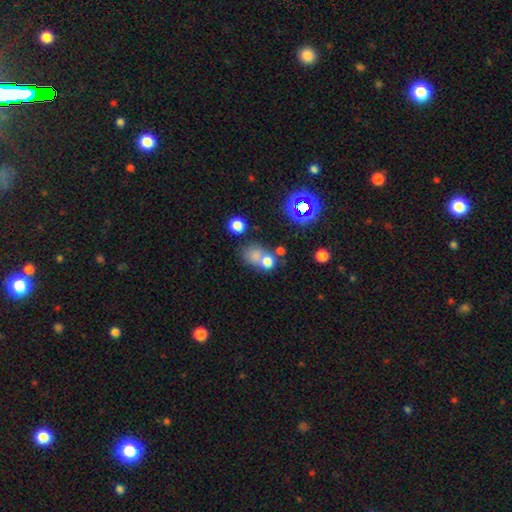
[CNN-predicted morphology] smooth 66%, star or artifact 20%, featured or disk 13%. Down the decision tree: how rounded — round (57%); merging — merger (43%).